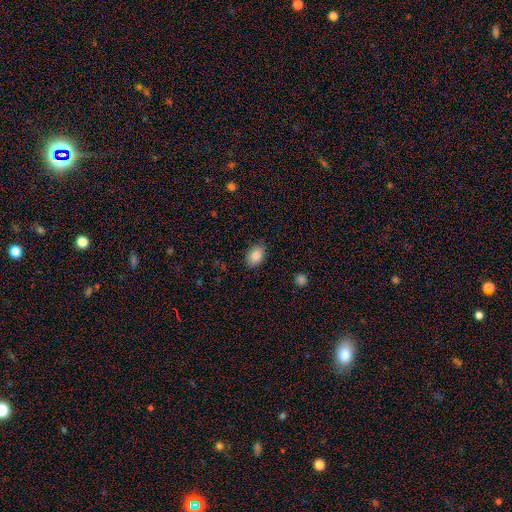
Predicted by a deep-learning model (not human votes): A smooth galaxy with no disk features (87%) that is in between round and cigar-shaped (84%). Merging: none (84%).